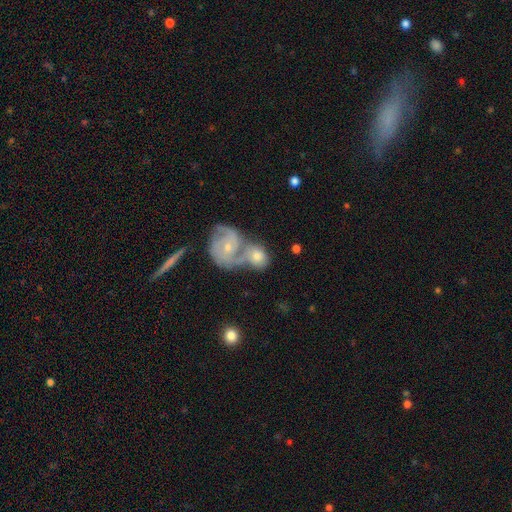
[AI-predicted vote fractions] Morphology: type=featured or disk (63%); edge-on=no (95%); bar=no (62%); spiral arms=yes (90%); winding=tight (47%); arm count=2 (52%); bulge=small (63%); merging=merger (51%).